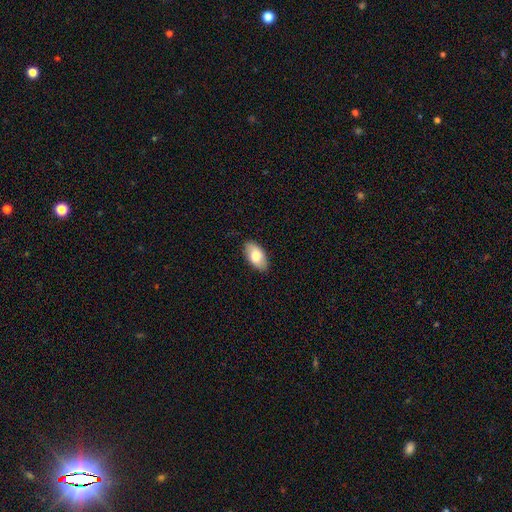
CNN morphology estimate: Smooth or featured? Predicted: smooth (p=0.78). How rounded? Predicted: in between (p=0.94). Merging? Predicted: none (p=0.85).